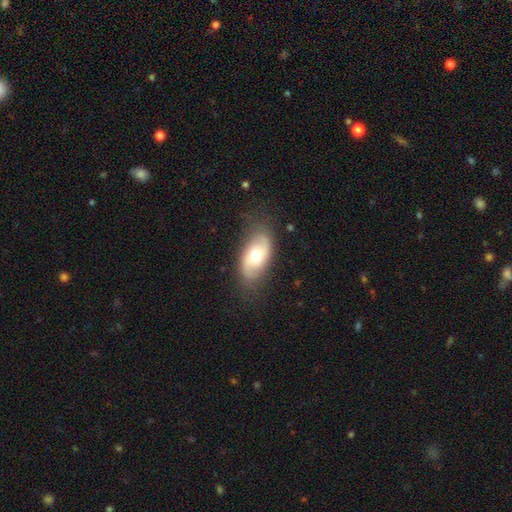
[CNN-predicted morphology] Smooth or featured? Predicted: featured or disk (p=0.49). Merging? Predicted: none (p=0.74).